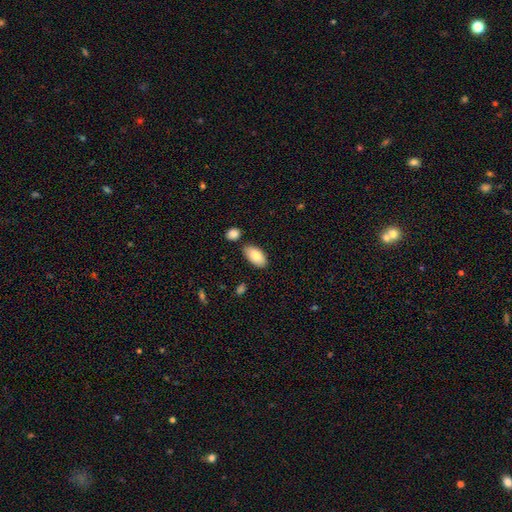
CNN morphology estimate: Smooth or featured?
  - smooth: 81% *
  - featured or disk: 13%
  - star or artifact: 6%
How rounded?
  - in between: 94% *
  - cigar-shaped: 3%
  - round: 3%
Merging?
  - none: 80% *
  - minor disturbance: 11%
  - merger: 7%
  - major disturbance: 2%